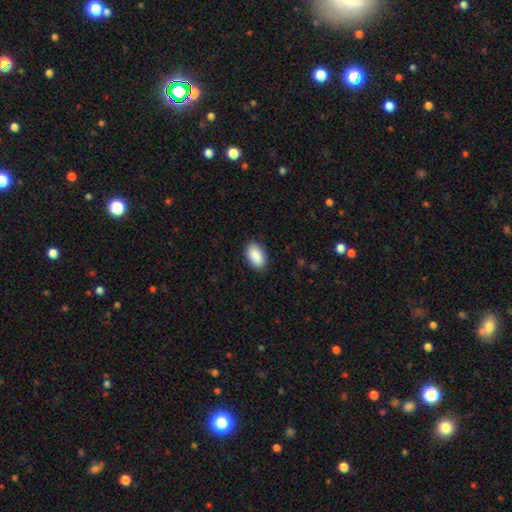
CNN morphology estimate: A smooth galaxy with no disk features (91%) that is in between round and cigar-shaped (95%).

Vote fractions:
- Smooth or featured? smooth: 91% / star or artifact: 6% / featured or disk: 3%
- How rounded? in between: 95% / round: 4% / cigar-shaped: 2%
- Merging? none: 88% / minor disturbance: 9% / major disturbance: 2% / merger: 1%